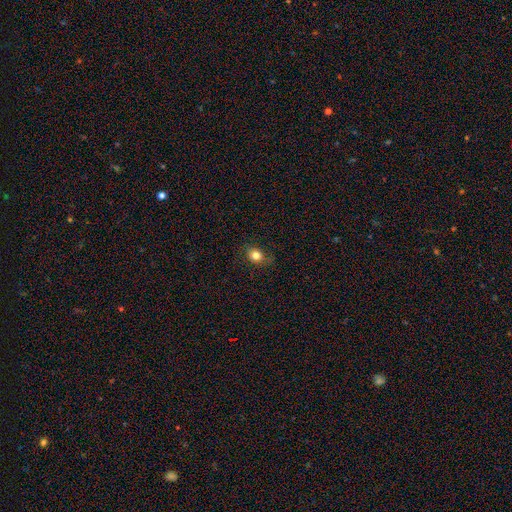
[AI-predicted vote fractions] Smooth or featured?
  - smooth: 80% *
  - star or artifact: 12%
  - featured or disk: 8%
How rounded?
  - round: 54% *
  - in between: 45%
  - cigar-shaped: 1%
Merging?
  - none: 81% *
  - minor disturbance: 14%
  - major disturbance: 4%
  - merger: 1%